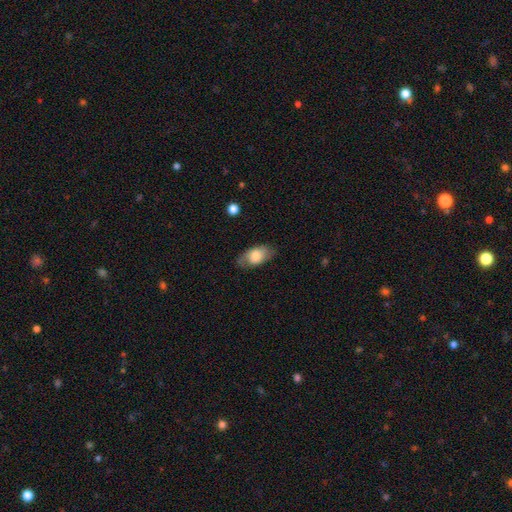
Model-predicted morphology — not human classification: smooth_or_featured: smooth (p=0.65) [alt: featured or disk p=0.28]
how_rounded: in between (p=0.91) [alt: round p=0.06]
merging: none (p=0.73) [alt: minor disturbance p=0.20]